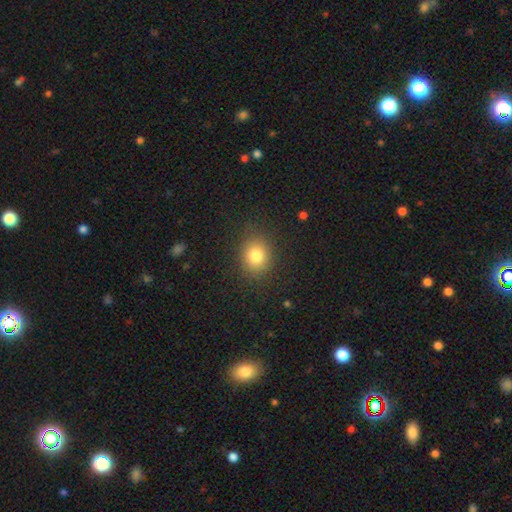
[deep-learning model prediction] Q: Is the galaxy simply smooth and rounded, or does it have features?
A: smooth — 80%.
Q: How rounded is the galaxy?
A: round — 67%.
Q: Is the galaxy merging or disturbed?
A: none — 86%.